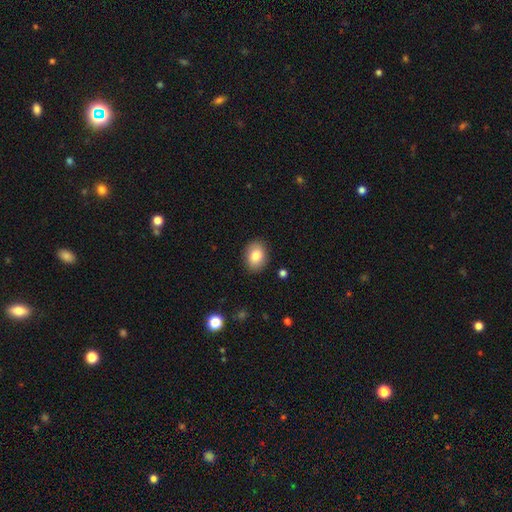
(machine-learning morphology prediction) This is clearly a smooth galaxy (83%). How rounded: likely in between (67%). Merging: clearly none (88%).